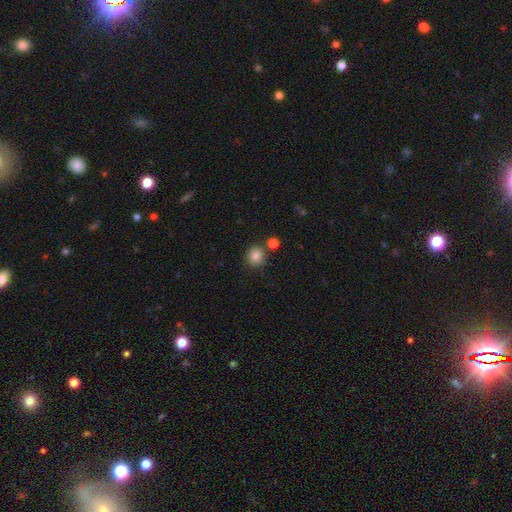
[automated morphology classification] This appears to be a smooth galaxy with no disk features (84%) that is round (86%). Merging: none (75%).